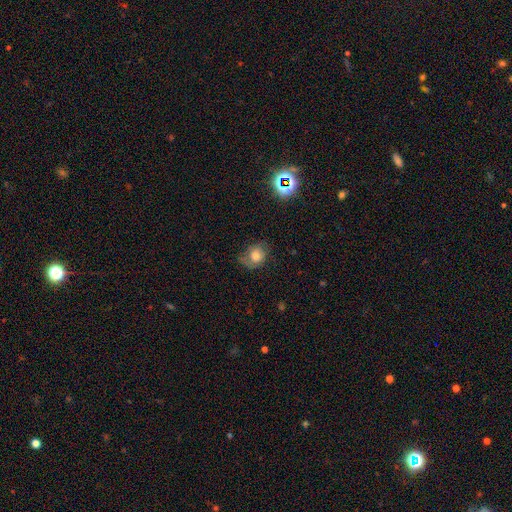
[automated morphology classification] Smooth or featured: smooth — 65% (featured or disk — 23%)
How rounded: round — 54% (in between — 45%)
Merging: none — 55% (minor disturbance — 28%)